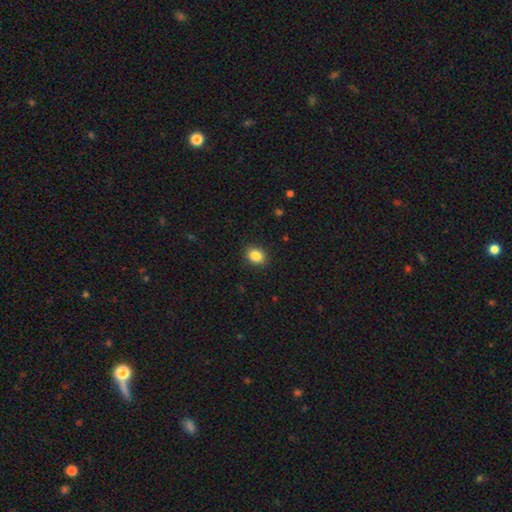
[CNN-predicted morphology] This appears to be a smooth galaxy with no disk features (87%) that is in between round and cigar-shaped (58%). Merging: none (89%).